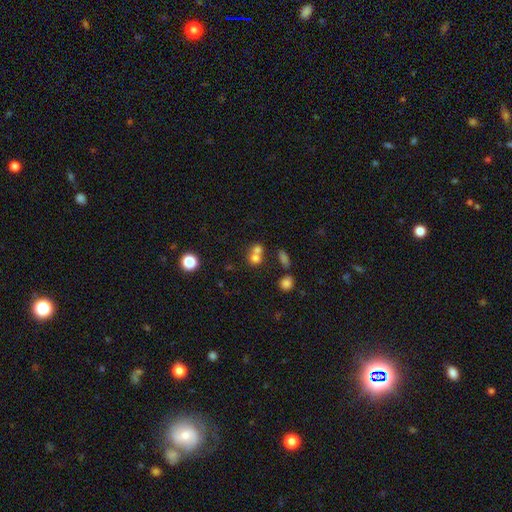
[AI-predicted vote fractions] Overall: smooth (70%). How rounded: round (77%). Merging: merger (59%; none 32%).